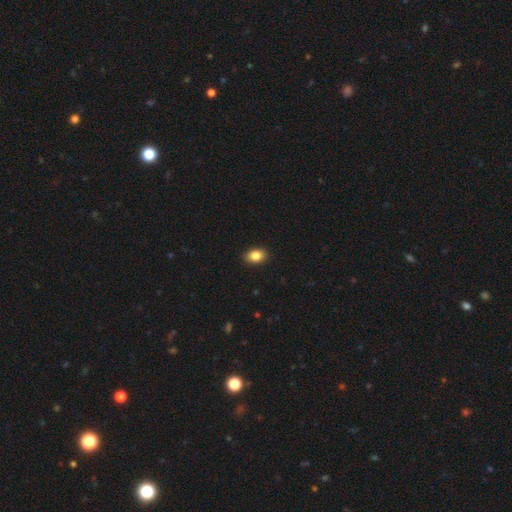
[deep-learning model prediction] smooth_or_featured: smooth (p=0.86) [alt: star or artifact p=0.09]
how_rounded: in between (p=0.81) [alt: round p=0.18]
merging: none (p=0.90) [alt: minor disturbance p=0.07]